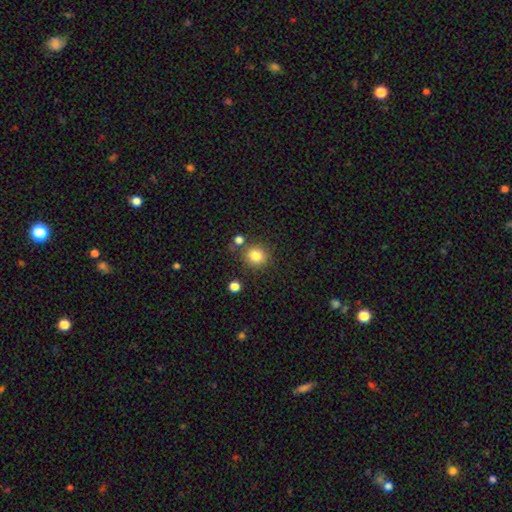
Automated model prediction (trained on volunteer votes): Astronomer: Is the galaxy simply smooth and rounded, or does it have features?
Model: smooth — 83%.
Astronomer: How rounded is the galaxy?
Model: round — 88%.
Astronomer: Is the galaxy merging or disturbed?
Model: none — 81%.